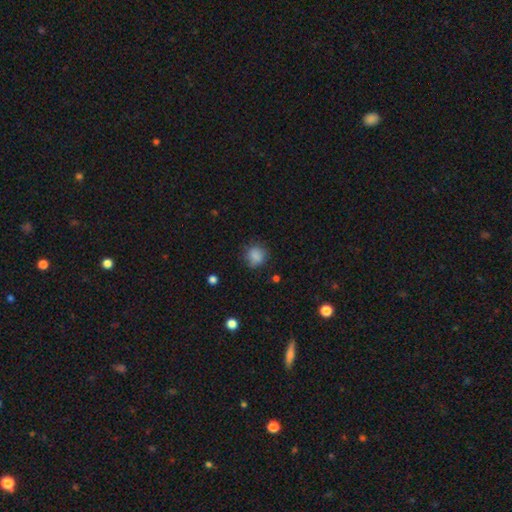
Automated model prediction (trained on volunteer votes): Overall: smooth (84%). How rounded: round (80%). Merging: none (75%).